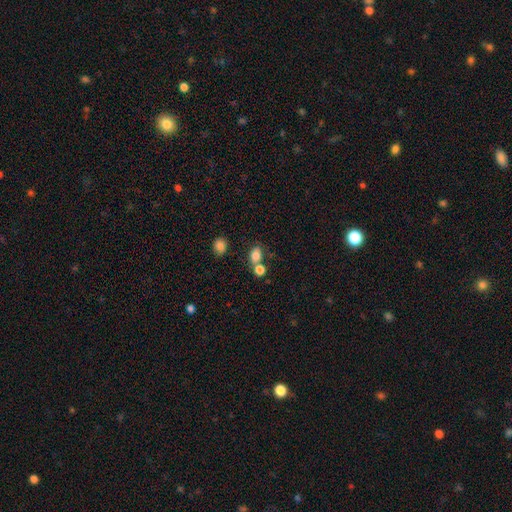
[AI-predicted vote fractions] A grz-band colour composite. It shows a smooth galaxy with no disk features (81%) that is in between round and cigar-shaped (67%). Merging: none (51%).